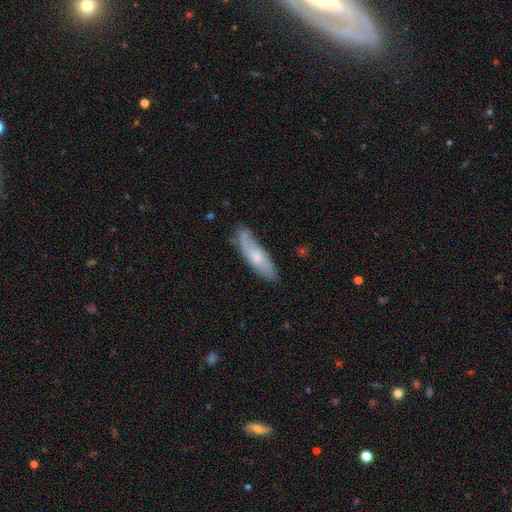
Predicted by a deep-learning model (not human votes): The model was most divided on "smooth or featured": smooth: 49%, featured or disk: 44%, star or artifact: 7%. More confident: merging — none (70%).